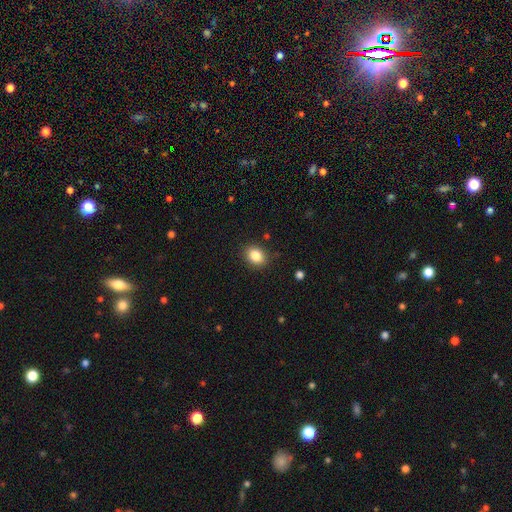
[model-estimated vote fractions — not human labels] Q: Smooth or featured?
A: smooth (85%); runner-up: star or artifact (10%)
Q: How rounded?
A: in between (57%); runner-up: round (42%)
Q: Merging?
A: none (86%); runner-up: minor disturbance (10%)